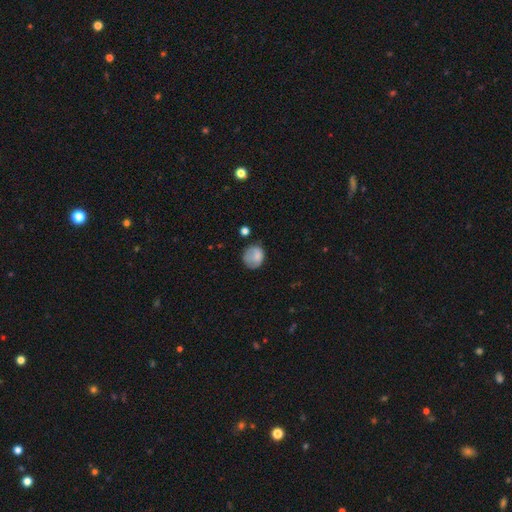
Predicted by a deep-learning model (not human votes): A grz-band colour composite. It shows a smooth galaxy with no disk features (78%) that is round (72%). Merging: none (59%).